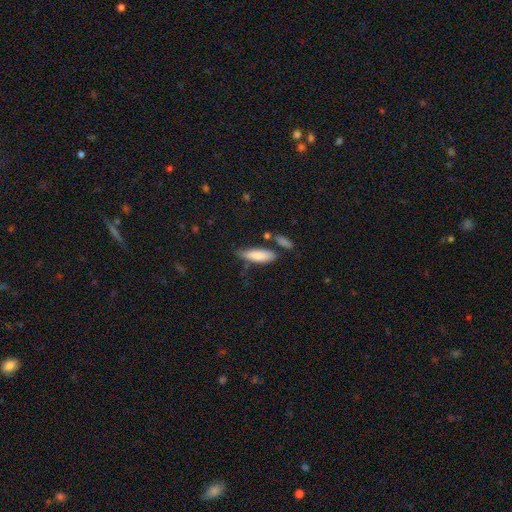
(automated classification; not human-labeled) Q: Smooth or featured?
A: smooth (81%); runner-up: featured or disk (13%)
Q: How rounded?
A: in between (52%); runner-up: cigar-shaped (46%)
Q: Merging?
A: none (64%); runner-up: minor disturbance (22%)